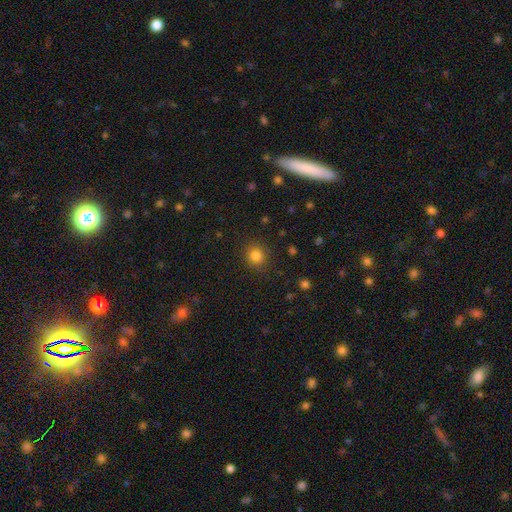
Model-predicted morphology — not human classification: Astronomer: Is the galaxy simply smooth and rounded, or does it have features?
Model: smooth — 82%.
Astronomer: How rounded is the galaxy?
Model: round — 86%.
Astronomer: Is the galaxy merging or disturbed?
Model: none — 88%.